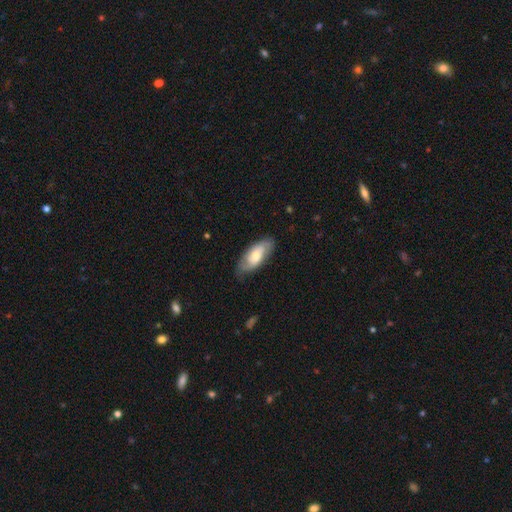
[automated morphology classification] smooth-or-featured: smooth: 57% | featured or disk: 38% | star or artifact: 6%
  how-rounded: in between: 84% | cigar-shaped: 13% | round: 3%
  merging: none: 76% | minor disturbance: 19% | major disturbance: 4% | merger: 1%